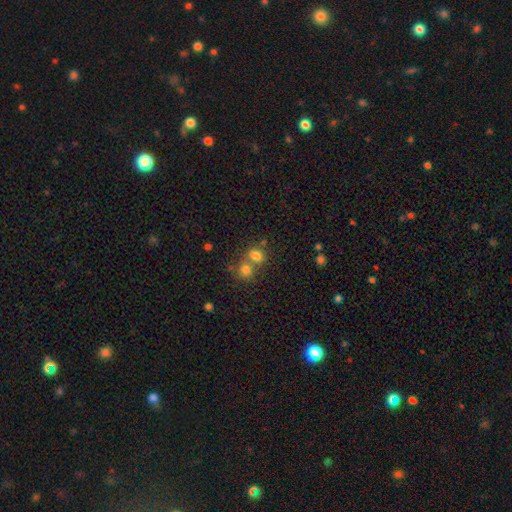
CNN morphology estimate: Overall: smooth (74%). How rounded: in between (50%; round 49%). Merging: merger (52%; none 36%).